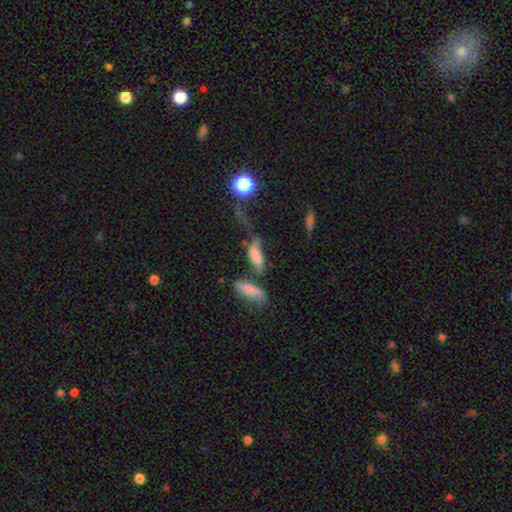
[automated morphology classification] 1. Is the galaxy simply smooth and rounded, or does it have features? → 61% smooth, 27% featured or disk, 12% star or artifact.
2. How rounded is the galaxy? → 59% in between, 37% cigar-shaped, 4% round.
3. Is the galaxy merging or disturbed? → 37% merger, 25% major disturbance, 22% none, 16% minor disturbance.